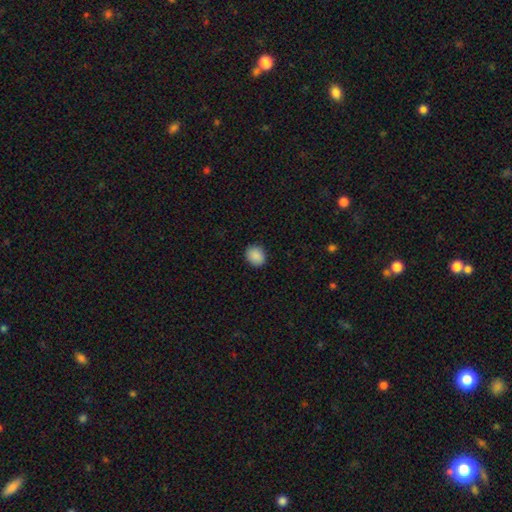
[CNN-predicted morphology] Q: Smooth or featured?
A: smooth (89%); runner-up: star or artifact (8%)
Q: How rounded?
A: round (65%); runner-up: in between (34%)
Q: Merging?
A: none (89%); runner-up: minor disturbance (8%)